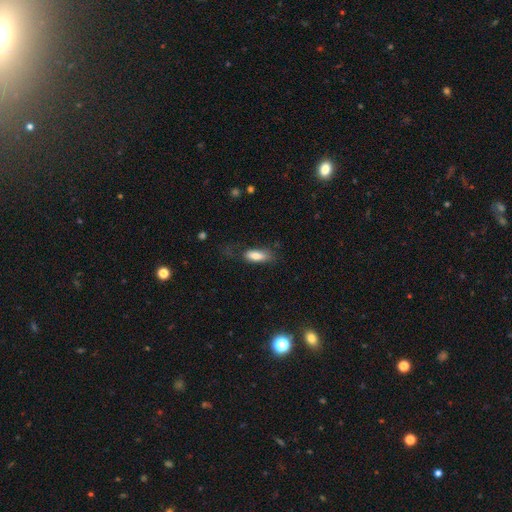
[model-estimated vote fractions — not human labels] The model was most divided on "merging": none: 59%, minor disturbance: 25%, major disturbance: 15%, merger: 2%. More confident: smooth or featured — smooth (80%); how rounded — in between (76%).